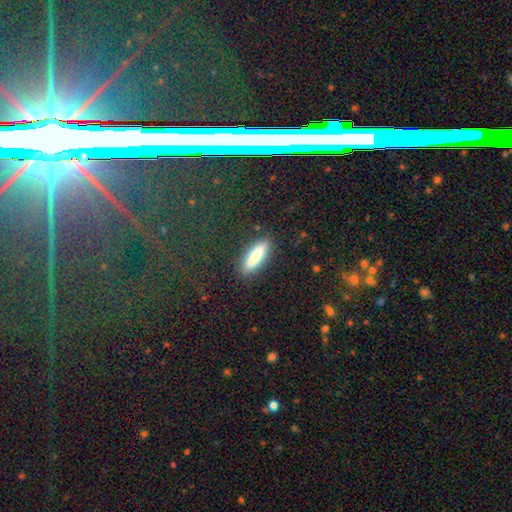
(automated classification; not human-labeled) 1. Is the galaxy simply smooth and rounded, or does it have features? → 81% smooth, 13% featured or disk, 7% star or artifact.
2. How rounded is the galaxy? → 66% cigar-shaped, 32% in between, 2% round.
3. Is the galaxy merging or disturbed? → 88% none, 8% minor disturbance, 2% major disturbance, 1% merger.